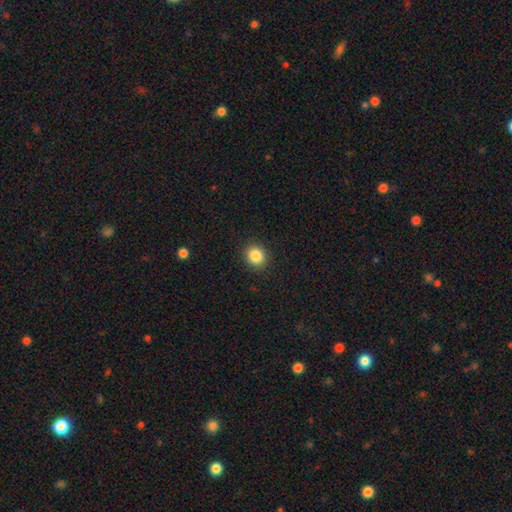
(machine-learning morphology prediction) Smooth or featured? smooth (86%)
How rounded? round (79%)
Merging? none (91%)